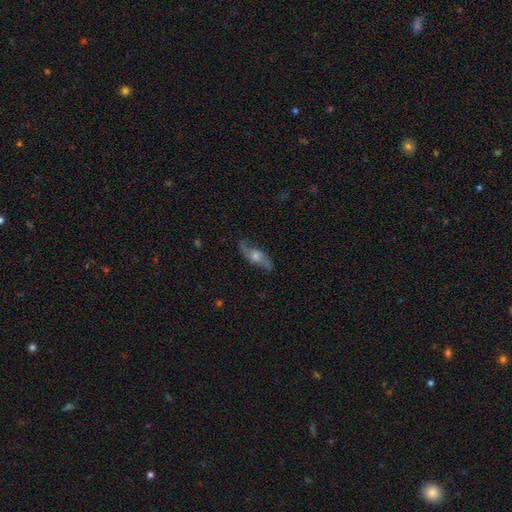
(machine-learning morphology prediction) smooth_or_featured: featured or disk (p=0.73) [alt: smooth p=0.19]
disk_edge_on: no (p=0.74) [alt: yes p=0.26]
bar: no (p=0.67) [alt: weak p=0.26]
has_spiral_arms: yes (p=0.90) [alt: no p=0.10]
bulge_size: moderate (p=0.55) [alt: small p=0.27]
merging: none (p=0.76) [alt: minor disturbance p=0.16]